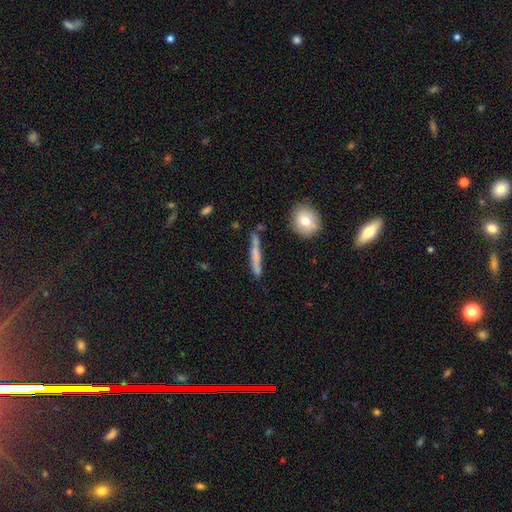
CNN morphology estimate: Smooth or featured: smooth — 59% (featured or disk — 33%)
How rounded: cigar-shaped — 93% (in between — 5%)
Merging: none — 80% (minor disturbance — 13%)